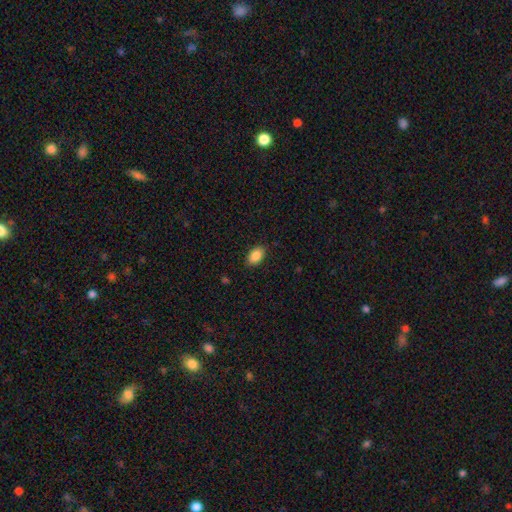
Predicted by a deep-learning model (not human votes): Smooth or featured?
  - smooth: 88% *
  - star or artifact: 8%
  - featured or disk: 4%
How rounded?
  - in between: 90% *
  - round: 8%
  - cigar-shaped: 2%
Merging?
  - none: 87% *
  - minor disturbance: 10%
  - major disturbance: 2%
  - merger: 1%